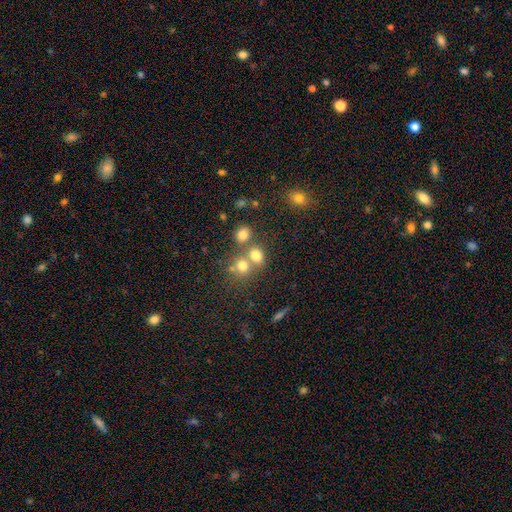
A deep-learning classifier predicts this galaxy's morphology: type=smooth (73%); roundness=round (62%); merging=none (46%).